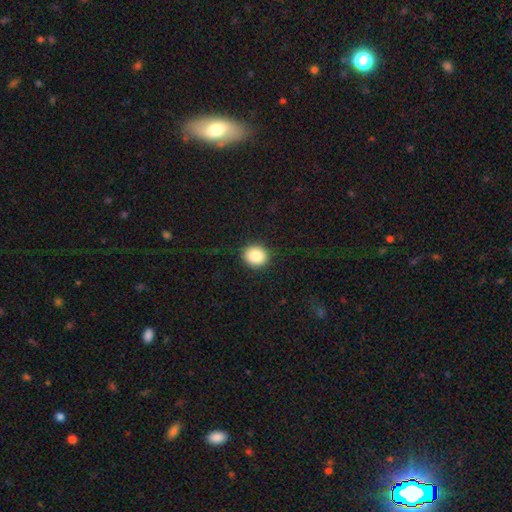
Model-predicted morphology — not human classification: Q: Smooth or featured?
A: smooth (86%); runner-up: star or artifact (9%)
Q: How rounded?
A: round (78%); runner-up: in between (21%)
Q: Merging?
A: none (91%); runner-up: minor disturbance (6%)